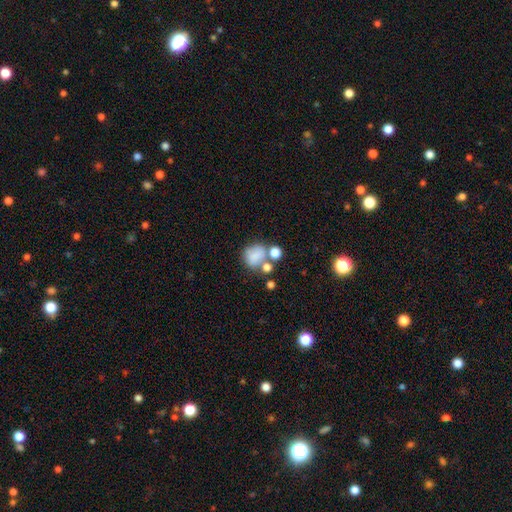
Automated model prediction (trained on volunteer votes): Smooth or featured? smooth (73%)
How rounded? round (62%)
Merging? none (41%)